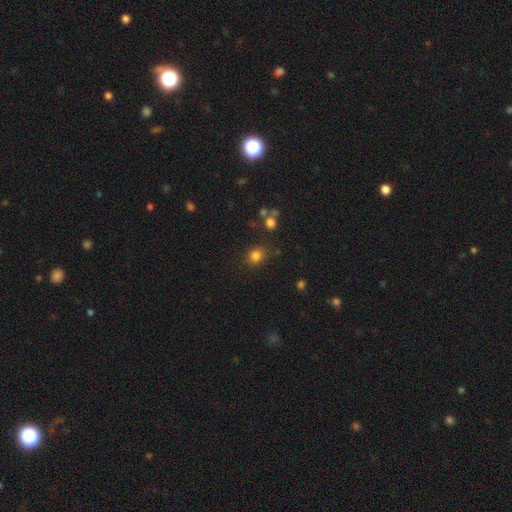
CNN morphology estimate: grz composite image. It shows a smooth galaxy with no disk features (81%) that is round (76%). Merging: none (81%).